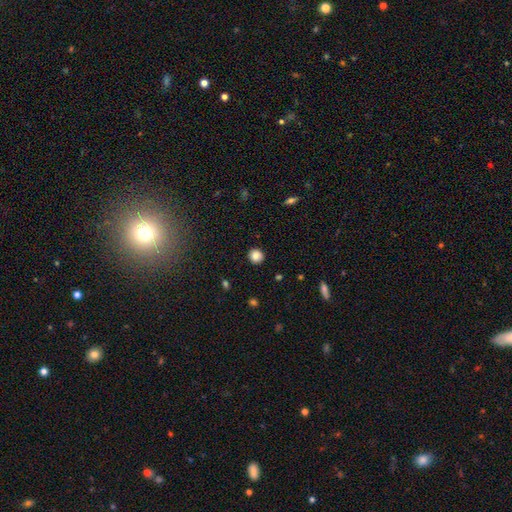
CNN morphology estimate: Smooth or featured? smooth (85%)
How rounded? round (90%)
Merging? none (91%)